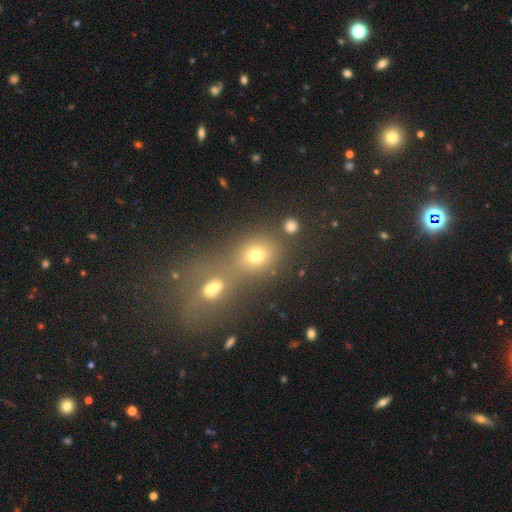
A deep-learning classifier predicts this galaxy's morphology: The model was most divided on "merging" (2-way tie): merger: 43%, none: 43%, minor disturbance: 8%, major disturbance: 6%. More confident: smooth or featured — smooth (66%); how rounded — round (60%).